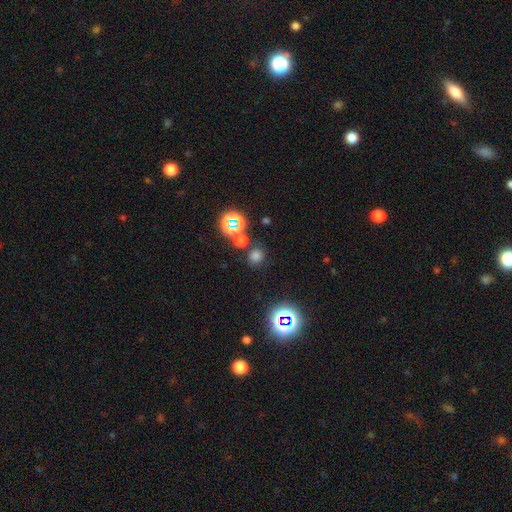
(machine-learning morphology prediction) A smooth galaxy with no disk features (68%) that is round (89%). Merging: none (80%).